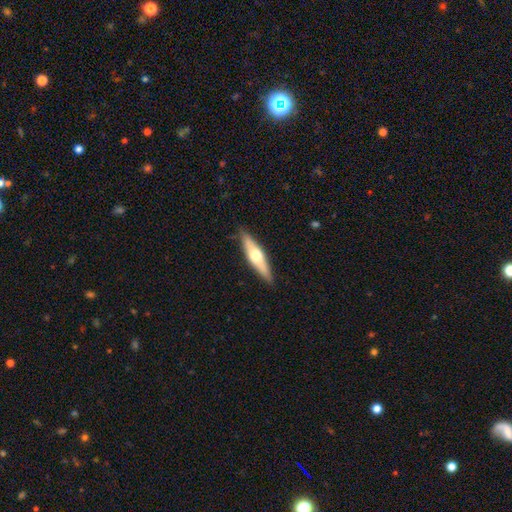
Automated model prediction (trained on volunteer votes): A featured or disk galaxy (50%) viewed edge-on (90%). Merging: none (87%).